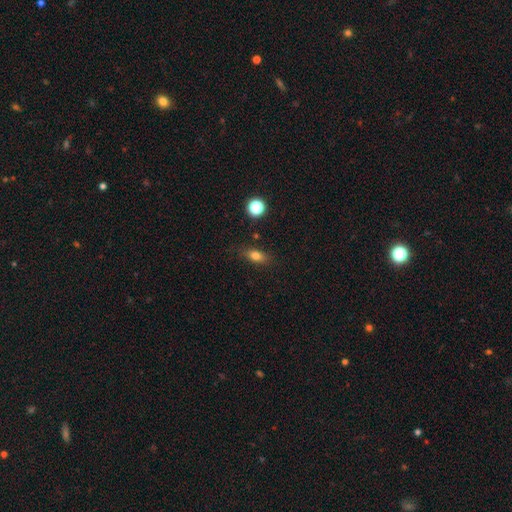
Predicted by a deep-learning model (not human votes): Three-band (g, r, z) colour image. It shows a smooth galaxy with no disk features (77%) that is in between round and cigar-shaped (76%). Merging: none (82%).